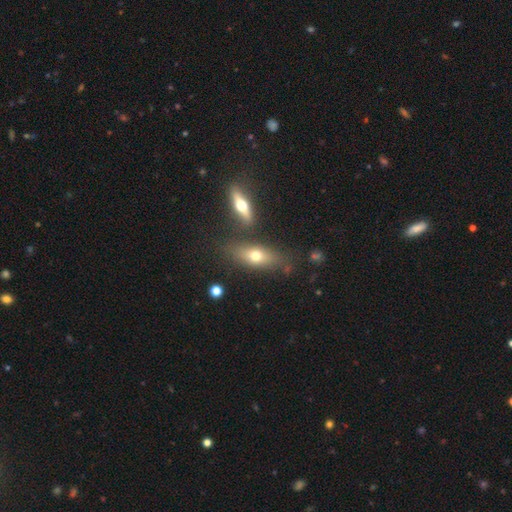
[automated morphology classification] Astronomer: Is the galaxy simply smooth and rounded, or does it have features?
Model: smooth — 62%.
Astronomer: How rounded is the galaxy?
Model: in between — 70%.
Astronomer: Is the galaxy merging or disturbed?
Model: none — 70%.